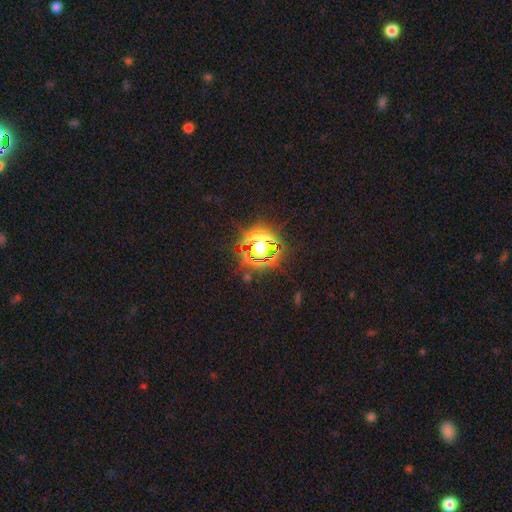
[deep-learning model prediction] Smooth or featured? Predicted: star or artifact (p=0.73).